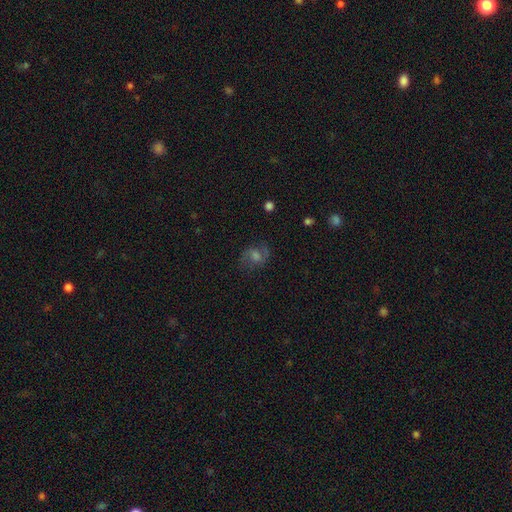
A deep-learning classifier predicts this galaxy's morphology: A featured or disk galaxy (56%) with a weak bar (45%), spiral arms (88%) and a moderate central bulge (42%).

Vote fractions:
- Smooth or featured? featured or disk: 56% / smooth: 25% / star or artifact: 19%
- Edge-on disk? no: 96% / yes: 4%
- Bar? weak: 45% / no: 44% / strong: 11%
- Spiral arms? yes: 88% / no: 12%
- Bulge size? moderate: 42% / small: 24% / large: 19% / none: 12% / dominant: 3%
- Merging? none: 75% / minor disturbance: 15% / major disturbance: 9% / merger: 2%